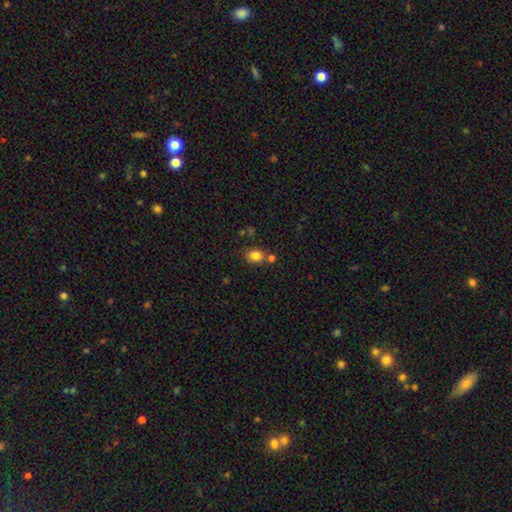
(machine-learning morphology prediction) smooth 82%, star or artifact 11%, featured or disk 6%. Down the decision tree: how rounded — round (52%); merging — none (66%).